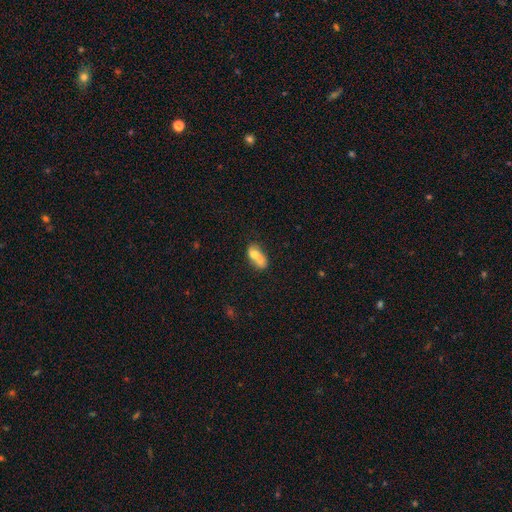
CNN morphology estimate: smooth 65%, featured or disk 26%, star or artifact 9%. Down the decision tree: how rounded — in between (75%); merging — merger (63%).